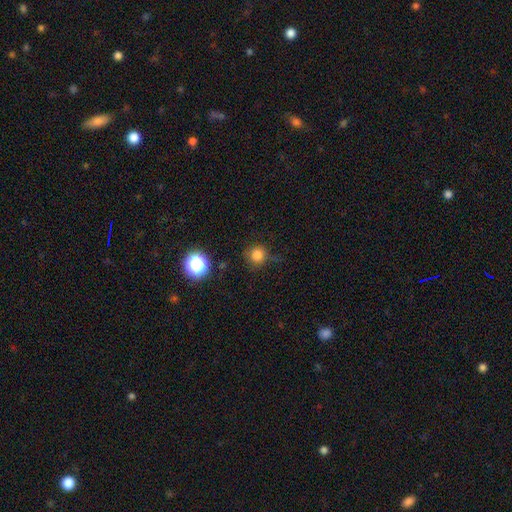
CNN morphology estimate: Smooth or featured: smooth — 80% (star or artifact — 15%)
How rounded: round — 93% (in between — 6%)
Merging: none — 78% (minor disturbance — 14%)